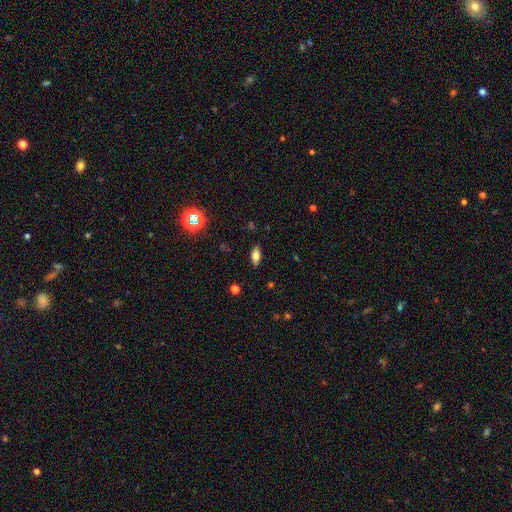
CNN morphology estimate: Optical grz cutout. It shows a smooth galaxy with no disk features (69%) that is in between round and cigar-shaped (83%). Merging: none (87%).